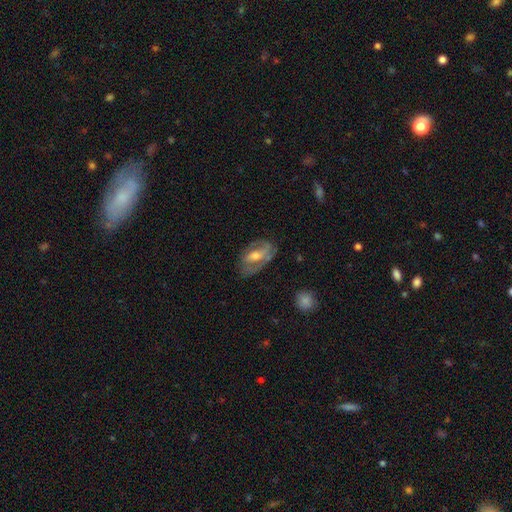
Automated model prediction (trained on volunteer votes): Overall: featured or disk (68%). Edge-on disk: no (92%). Bar: weak (40%; no 33%). Spiral arms: yes (72%). Bulge size: moderate (62%; small 27%). Merging: none (68%).